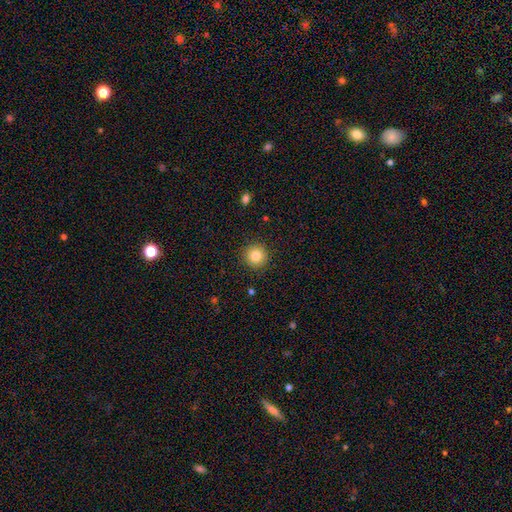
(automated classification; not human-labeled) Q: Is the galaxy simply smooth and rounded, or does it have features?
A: smooth — 84%.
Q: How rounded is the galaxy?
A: round — 95%.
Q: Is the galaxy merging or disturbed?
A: none — 91%.